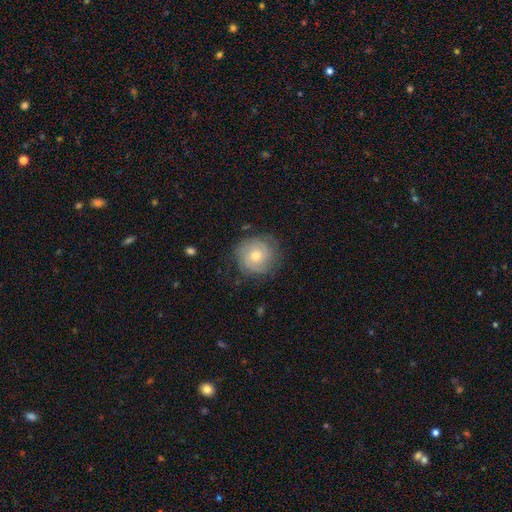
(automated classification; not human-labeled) The model was most divided on "spiral arm count": can't tell: 42%, 2: 26%, 3: 16%, 4: 6%, 1: 5%, more than 4: 4%. More confident: edge-on disk — no (97%); spiral arms — yes (87%); bar — no (76%); merging — none (76%); spiral winding — tight (71%); bulge size — moderate (64%); smooth or featured — featured or disk (62%).